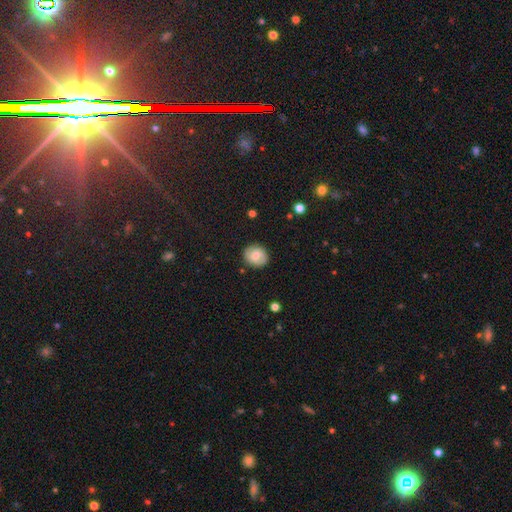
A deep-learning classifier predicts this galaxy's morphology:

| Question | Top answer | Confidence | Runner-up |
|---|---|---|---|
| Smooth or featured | smooth | 58% | featured or disk (34%) |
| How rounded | round | 66% | in between (33%) |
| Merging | none | 85% | minor disturbance (11%) |